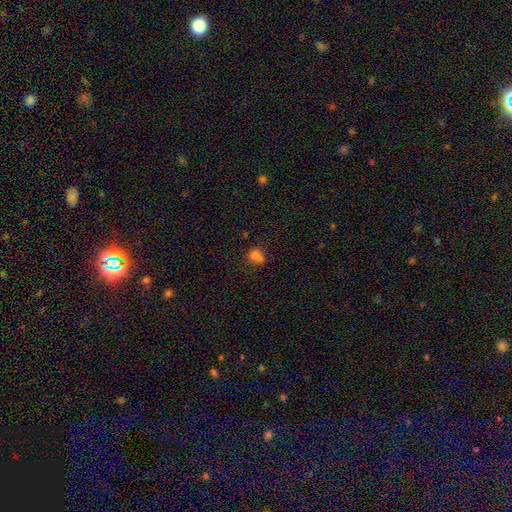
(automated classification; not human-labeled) This is likely a smooth galaxy (72%). How rounded: likely round (70%). Merging: marginally merger (40%).